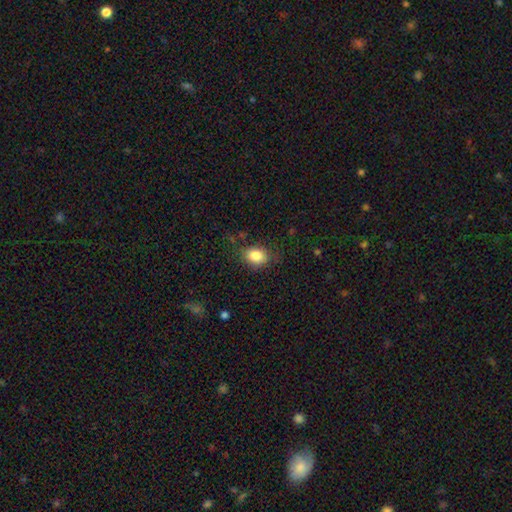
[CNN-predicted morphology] Smooth or featured? smooth (84%)
How rounded? in between (67%)
Merging? none (80%)